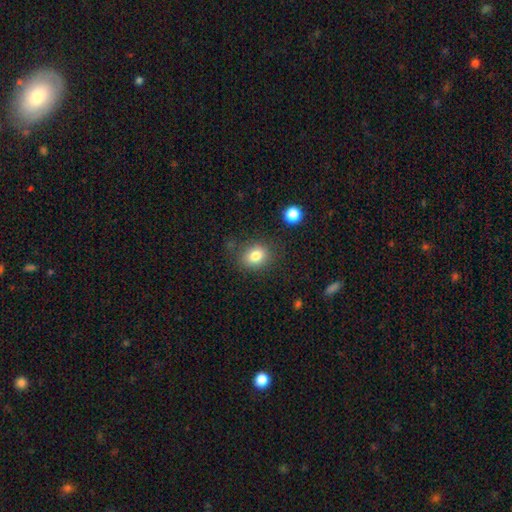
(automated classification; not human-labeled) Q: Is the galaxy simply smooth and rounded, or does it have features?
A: smooth — 81%.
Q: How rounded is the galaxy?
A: round — 50%.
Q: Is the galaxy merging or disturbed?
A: none — 79%.